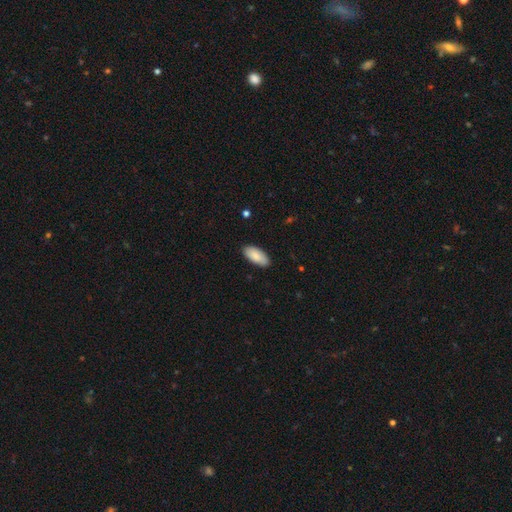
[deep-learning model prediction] Smooth or featured?
  - smooth: 87% *
  - featured or disk: 7%
  - star or artifact: 6%
How rounded?
  - in between: 91% *
  - cigar-shaped: 7%
  - round: 2%
Merging?
  - none: 87% *
  - minor disturbance: 10%
  - major disturbance: 2%
  - merger: 1%